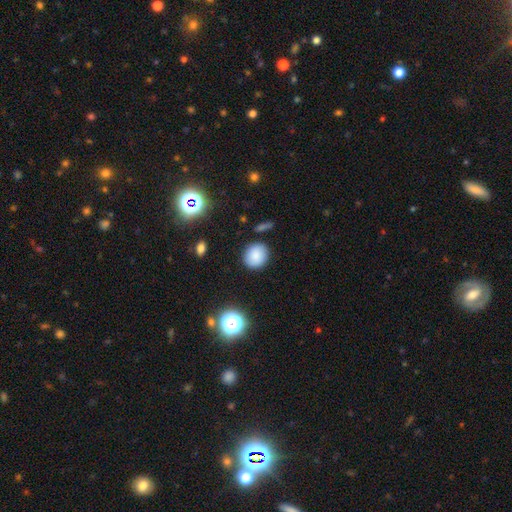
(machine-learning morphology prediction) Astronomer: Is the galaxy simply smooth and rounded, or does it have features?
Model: smooth — 84%.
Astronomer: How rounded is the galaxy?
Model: round — 85%.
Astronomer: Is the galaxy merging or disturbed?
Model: none — 87%.